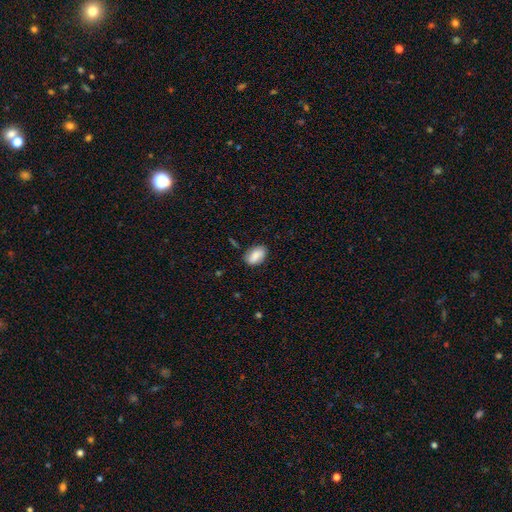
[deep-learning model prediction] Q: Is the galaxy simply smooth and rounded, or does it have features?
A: smooth — 82%.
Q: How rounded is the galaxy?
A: in between — 88%.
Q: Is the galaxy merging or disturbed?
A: none — 78%.